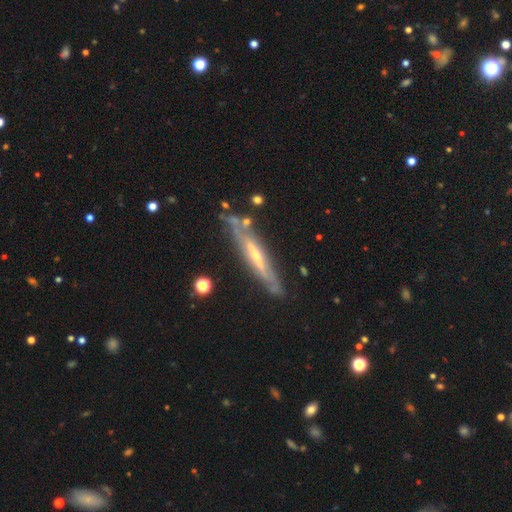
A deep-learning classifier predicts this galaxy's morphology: The model was most divided on "edge-on bulge": rounded: 59%, none: 34%, boxy: 7%. More confident: edge-on disk — yes (80%); merging — none (75%); smooth or featured — featured or disk (74%).